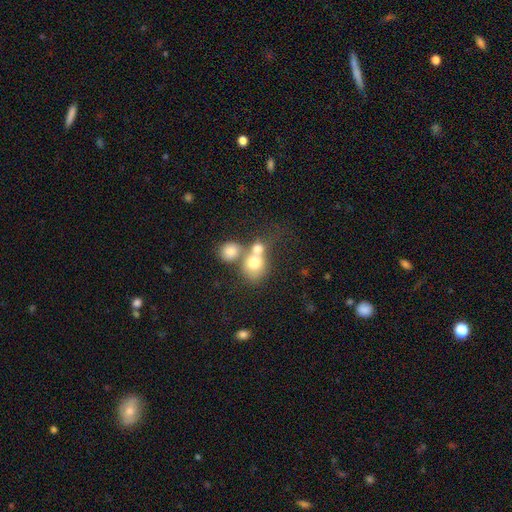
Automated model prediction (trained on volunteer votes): Smooth or featured? Predicted: smooth (p=0.69). How rounded? Predicted: round (p=0.72). Merging? Predicted: merger (p=0.57).